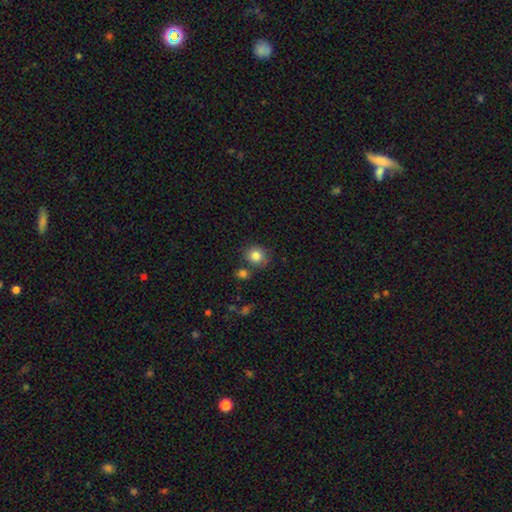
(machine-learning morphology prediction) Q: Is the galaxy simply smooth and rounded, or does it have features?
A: smooth — 84%.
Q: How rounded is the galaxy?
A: round — 84%.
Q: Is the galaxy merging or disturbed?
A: none — 73%.